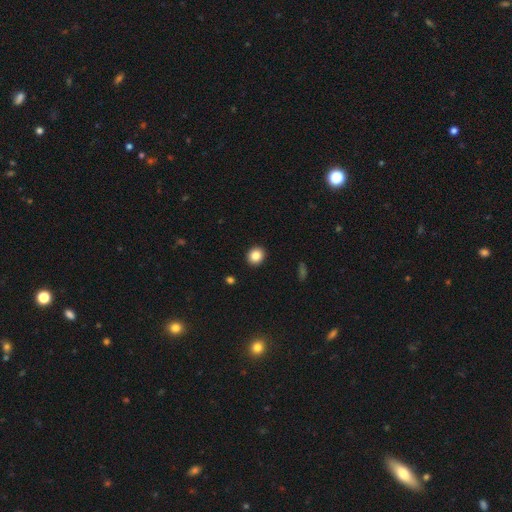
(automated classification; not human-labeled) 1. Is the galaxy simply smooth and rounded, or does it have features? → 85% smooth, 10% star or artifact, 5% featured or disk.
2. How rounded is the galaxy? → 81% round, 18% in between, 1% cigar-shaped.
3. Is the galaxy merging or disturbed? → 92% none, 5% minor disturbance, 2% major disturbance, 1% merger.